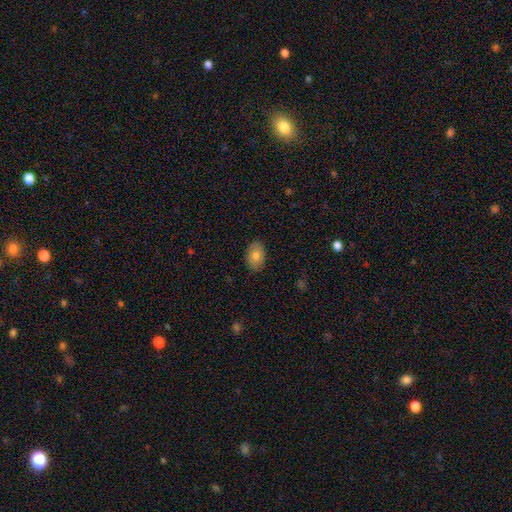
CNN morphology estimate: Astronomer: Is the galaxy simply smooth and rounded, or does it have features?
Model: smooth — 78%.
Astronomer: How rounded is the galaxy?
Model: in between — 86%.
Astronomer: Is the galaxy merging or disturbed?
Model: none — 87%.